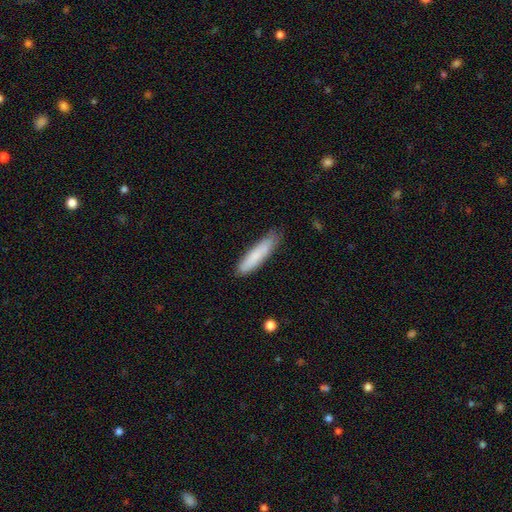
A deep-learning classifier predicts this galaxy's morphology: A smooth galaxy with no disk features (82%) that is cigar-shaped (84%).

Vote fractions:
- Smooth or featured? smooth: 82% / featured or disk: 12% / star or artifact: 6%
- How rounded? cigar-shaped: 84% / in between: 15% / round: 1%
- Merging? none: 77% / minor disturbance: 19% / major disturbance: 3% / merger: 1%